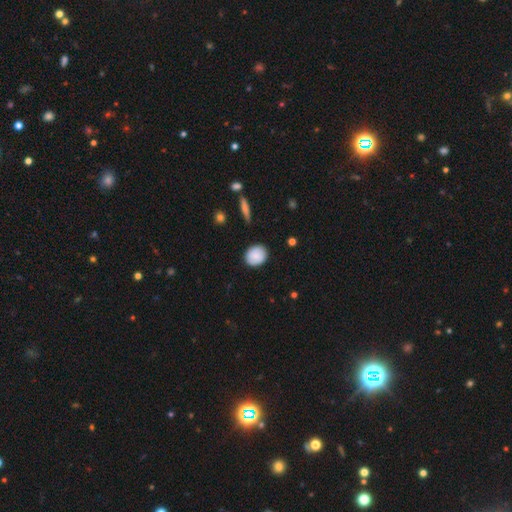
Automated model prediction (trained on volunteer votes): The model was most divided on "how rounded": round: 58%, in between: 41%, cigar-shaped: 1%. More confident: merging — none (85%); smooth or featured — smooth (84%).